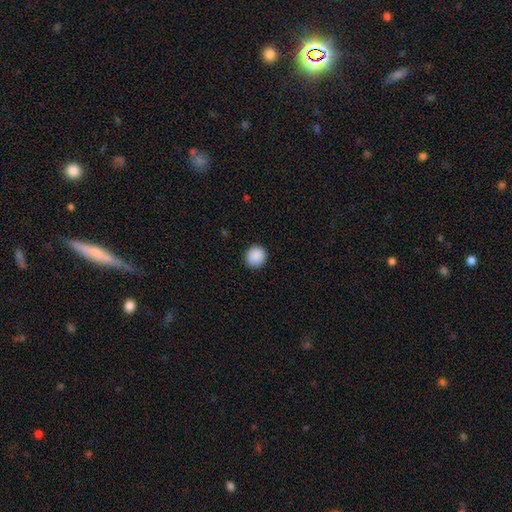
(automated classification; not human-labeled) Smooth or featured? Predicted: smooth (p=0.90). How rounded? Predicted: round (p=0.92). Merging? Predicted: none (p=0.91).